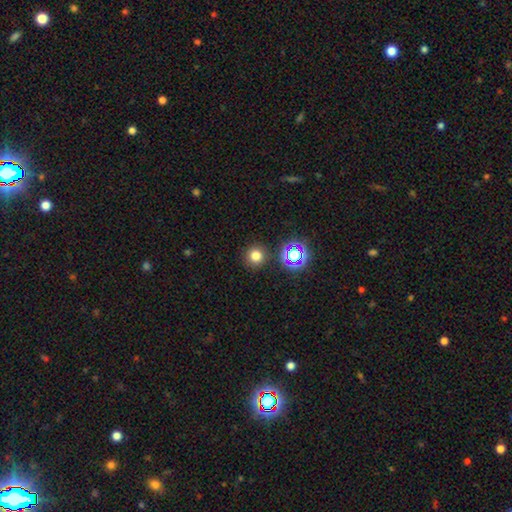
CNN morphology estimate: type=smooth (74%); roundness=round (94%); merging=none (90%).